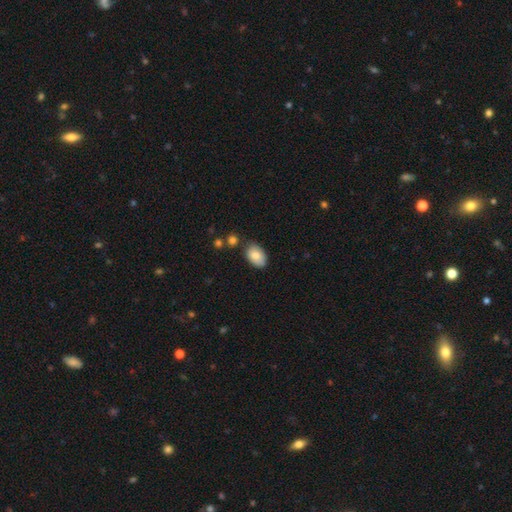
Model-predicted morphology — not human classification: Overall: smooth (83%). How rounded: in between (92%). Merging: none (76%).